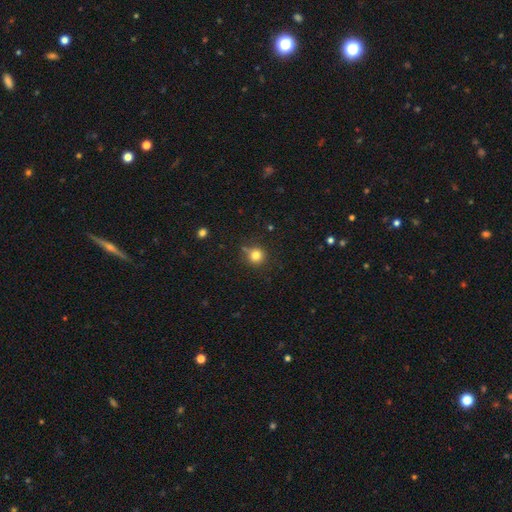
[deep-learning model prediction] This appears to be a smooth galaxy with no disk features (80%) that is round (92%). Merging: none (78%).